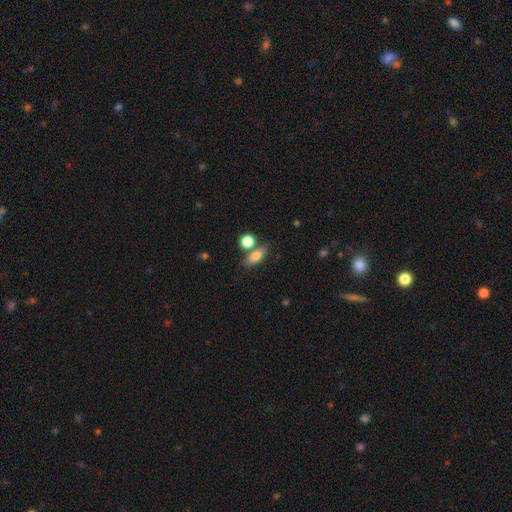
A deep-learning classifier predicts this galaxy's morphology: Smooth or featured: smooth — 73% (featured or disk — 18%)
How rounded: in between — 65% (cigar-shaped — 22%)
Merging: none — 63% (merger — 20%)